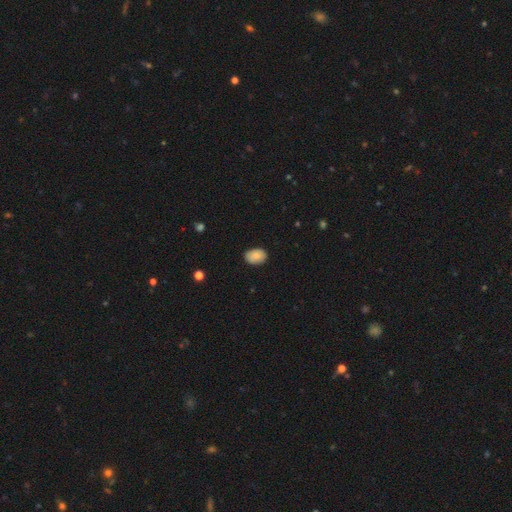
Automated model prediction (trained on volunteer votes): This is clearly a smooth galaxy (84%). How rounded: clearly in between (83%). Merging: clearly none (84%).